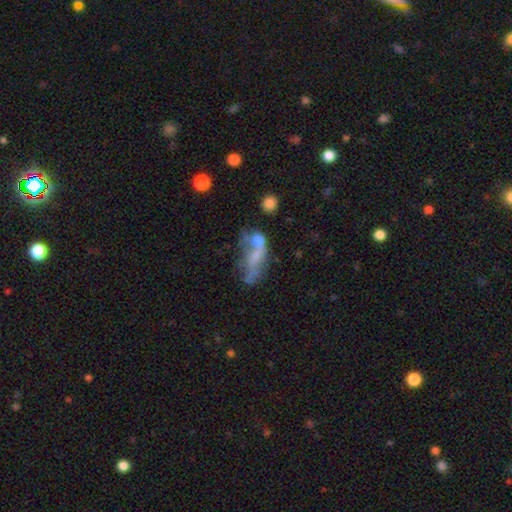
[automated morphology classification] Smooth or featured? featured or disk (43%)
Merging? merger (29%)